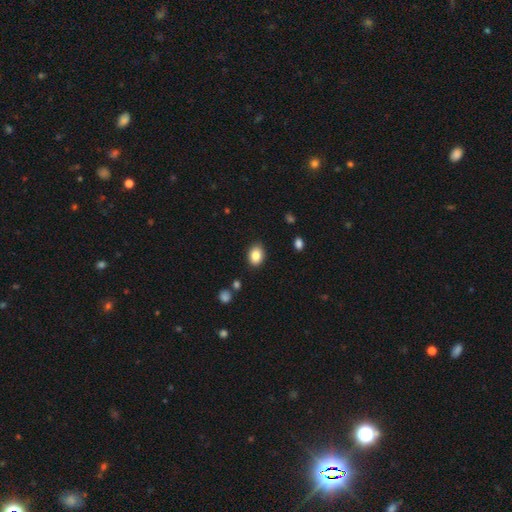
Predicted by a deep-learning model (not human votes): This appears to be a smooth galaxy with no disk features (85%) that is in between round and cigar-shaped (69%). Merging: none (87%).